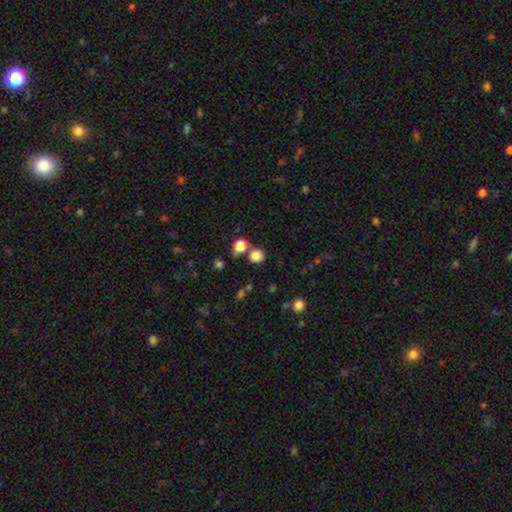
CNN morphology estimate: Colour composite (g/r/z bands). It shows a smooth galaxy with no disk features (82%) that is round (89%). Merging: none (72%).